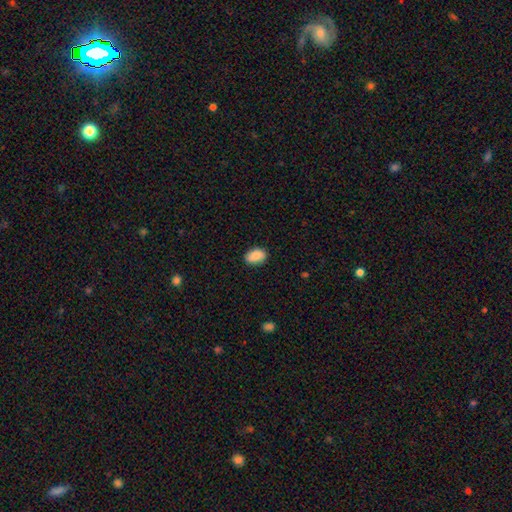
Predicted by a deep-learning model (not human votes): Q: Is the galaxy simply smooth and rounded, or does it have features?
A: smooth — 87%.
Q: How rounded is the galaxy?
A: in between — 85%.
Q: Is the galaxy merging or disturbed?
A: none — 86%.